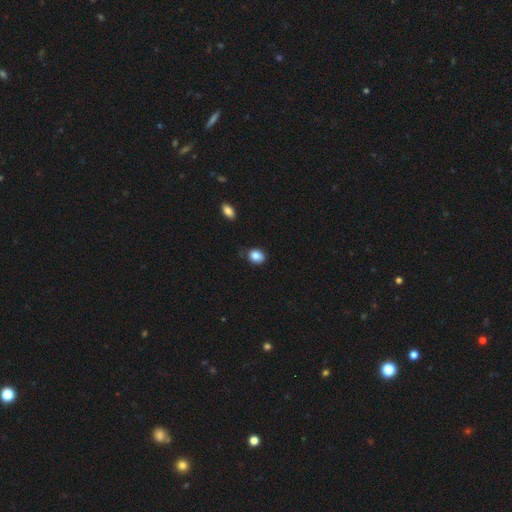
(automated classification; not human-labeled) Smooth or featured? smooth (86%)
How rounded? round (52%)
Merging? none (72%)